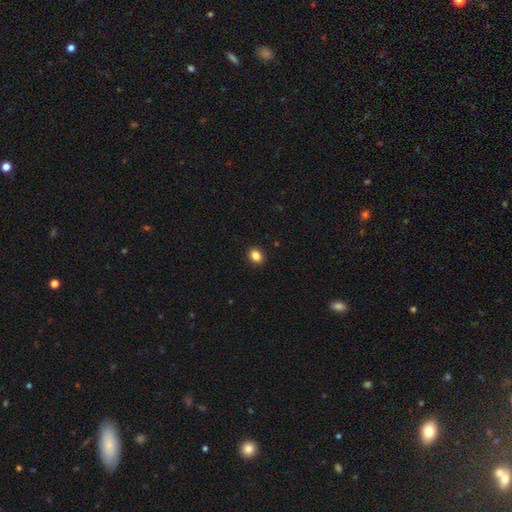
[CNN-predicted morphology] This is clearly a smooth galaxy (86%). How rounded: likely in between (61%). Merging: clearly none (91%).